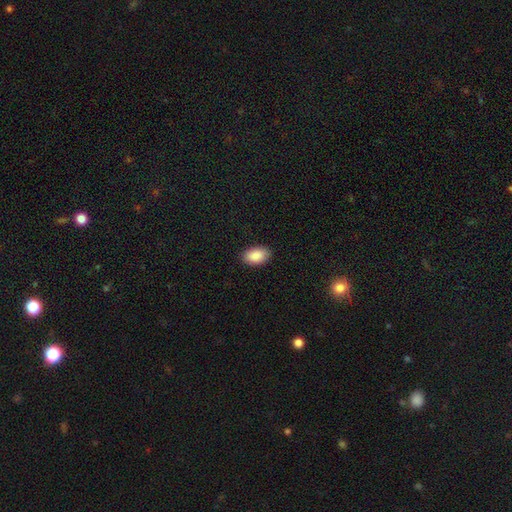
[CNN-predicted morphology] This appears to be a smooth galaxy with no disk features (90%) that is in between round and cigar-shaped (92%). Merging: none (88%).